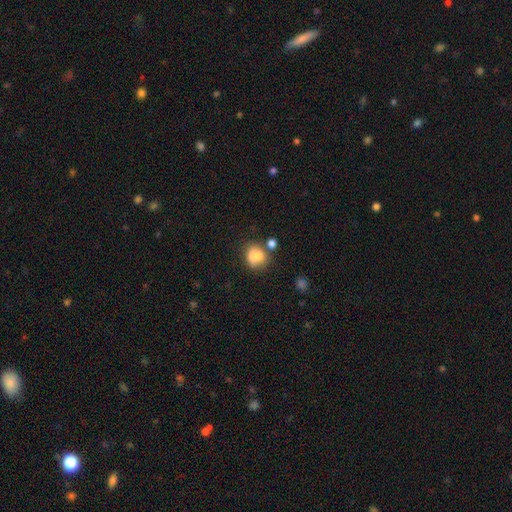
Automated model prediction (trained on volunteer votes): Smooth or featured? smooth (71%)
How rounded? round (69%)
Merging? none (42%)